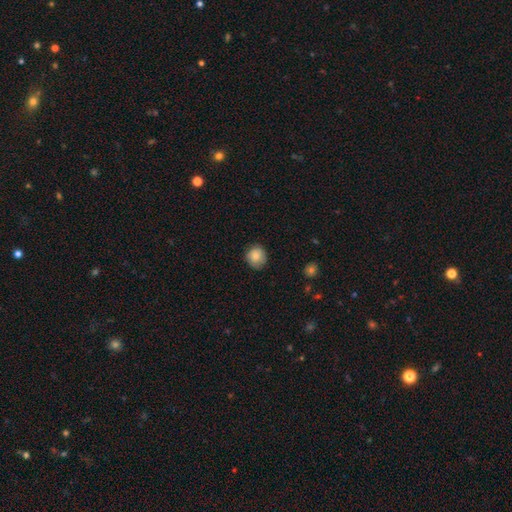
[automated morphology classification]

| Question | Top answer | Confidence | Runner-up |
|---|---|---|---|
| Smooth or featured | smooth | 83% | featured or disk (9%) |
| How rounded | round | 89% | in between (10%) |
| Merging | none | 81% | minor disturbance (16%) |